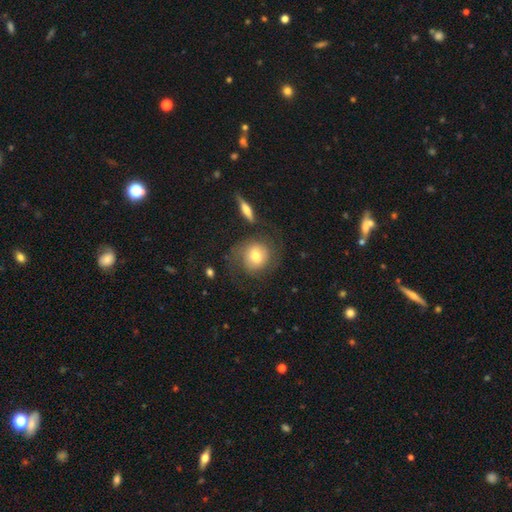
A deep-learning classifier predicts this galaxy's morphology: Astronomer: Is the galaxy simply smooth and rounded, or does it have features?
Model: smooth — 52% (runner-up: featured or disk, 39%).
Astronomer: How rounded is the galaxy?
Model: round — 73%.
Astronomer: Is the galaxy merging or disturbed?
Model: none — 61%.